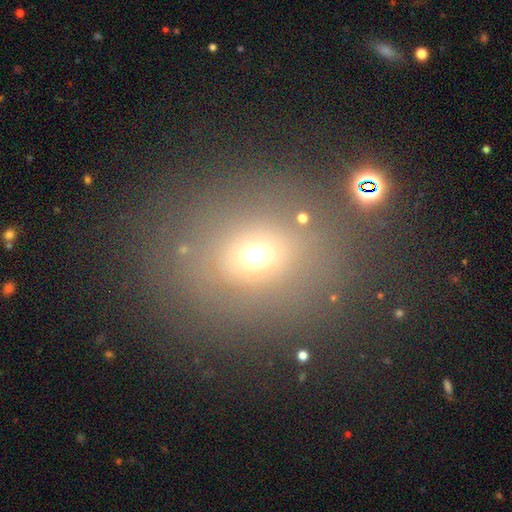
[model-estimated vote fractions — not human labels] Q: Smooth or featured?
A: smooth (62%); runner-up: star or artifact (24%)
Q: How rounded?
A: round (72%); runner-up: in between (26%)
Q: Merging?
A: none (73%); runner-up: minor disturbance (12%)